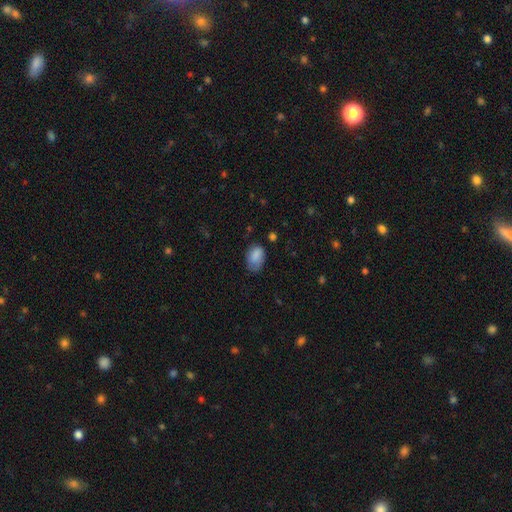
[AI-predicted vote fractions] A smooth galaxy with no disk features (84%) that is in between round and cigar-shaped (87%). Merging: none (54%).